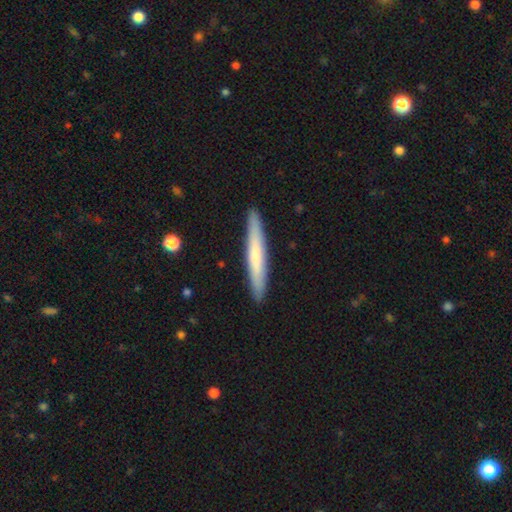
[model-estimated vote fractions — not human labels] Smooth or featured? smooth (63%)
How rounded? cigar-shaped (95%)
Merging? none (91%)